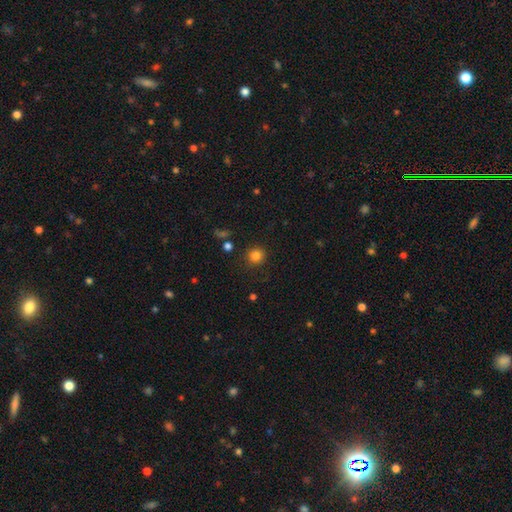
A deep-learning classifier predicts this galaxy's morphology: Q: Smooth or featured?
A: smooth (82%); runner-up: star or artifact (13%)
Q: How rounded?
A: round (92%); runner-up: in between (7%)
Q: Merging?
A: none (88%); runner-up: minor disturbance (7%)